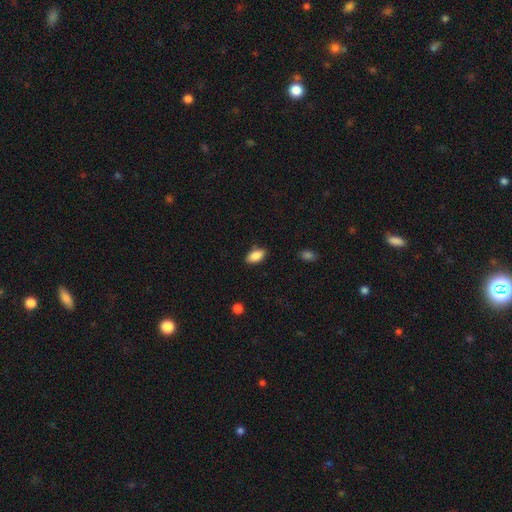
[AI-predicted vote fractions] smooth 86%, star or artifact 7%, featured or disk 6%. Down the decision tree: how rounded — in between (91%); merging — none (83%).